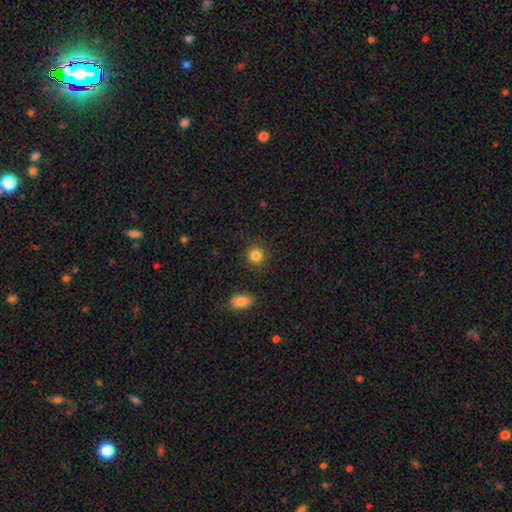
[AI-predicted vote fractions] Q: Smooth or featured?
A: smooth (85%); runner-up: star or artifact (10%)
Q: How rounded?
A: round (89%); runner-up: in between (10%)
Q: Merging?
A: none (90%); runner-up: minor disturbance (6%)